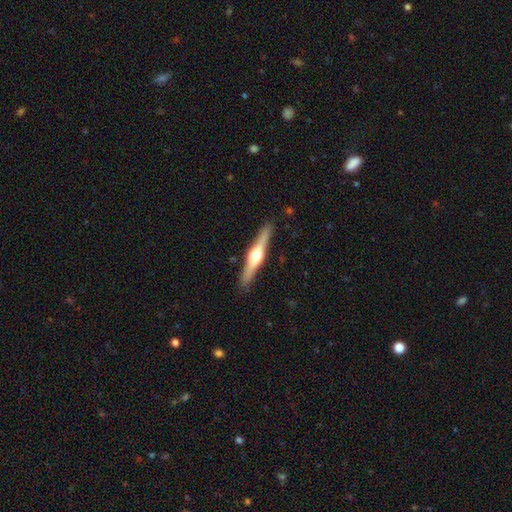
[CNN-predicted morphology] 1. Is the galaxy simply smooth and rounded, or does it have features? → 71% featured or disk, 24% smooth, 5% star or artifact.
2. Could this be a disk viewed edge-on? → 98% yes, 2% no.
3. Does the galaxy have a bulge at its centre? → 93% rounded, 4% boxy, 2% none.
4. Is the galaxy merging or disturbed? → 90% none, 7% minor disturbance, 1% major disturbance, 1% merger.